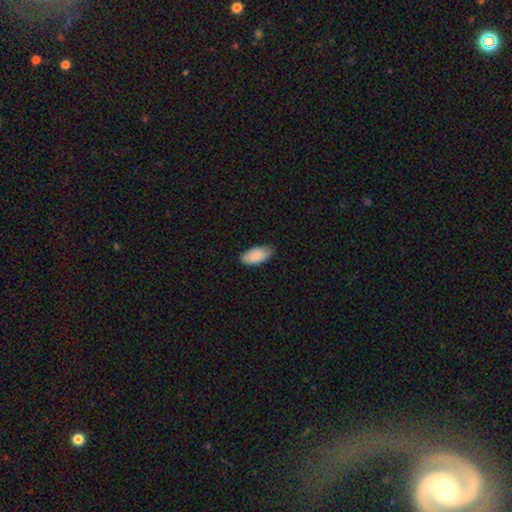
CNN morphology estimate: smooth_or_featured: smooth (p=0.86) [alt: featured or disk p=0.08]
how_rounded: in between (p=0.93) [alt: cigar-shaped p=0.05]
merging: none (p=0.75) [alt: minor disturbance p=0.21]